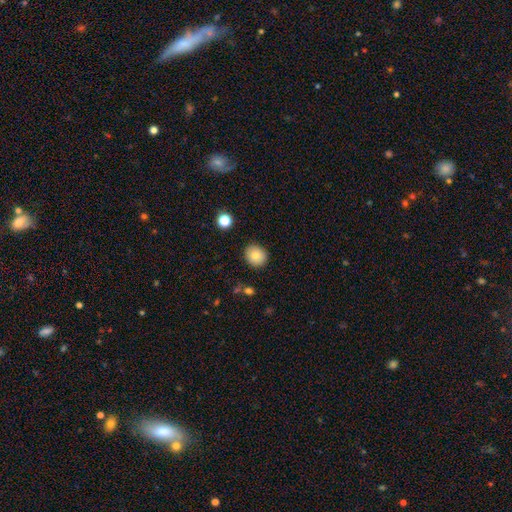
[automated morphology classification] Smooth or featured? smooth (83%)
How rounded? round (79%)
Merging? none (88%)